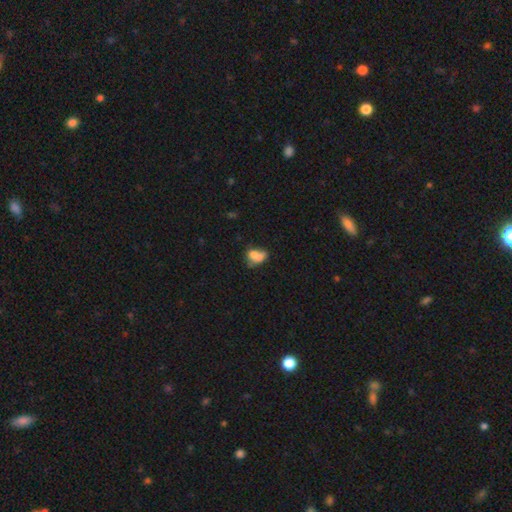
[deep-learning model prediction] Smooth or featured: smooth — 68% (featured or disk — 21%)
How rounded: in between — 71% (round — 27%)
Merging: merger — 34% (none — 27%)